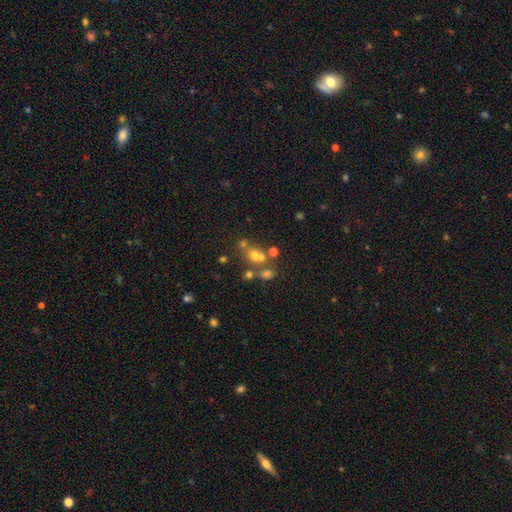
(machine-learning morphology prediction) Smooth or featured? smooth (50%)
Merging? none (44%)